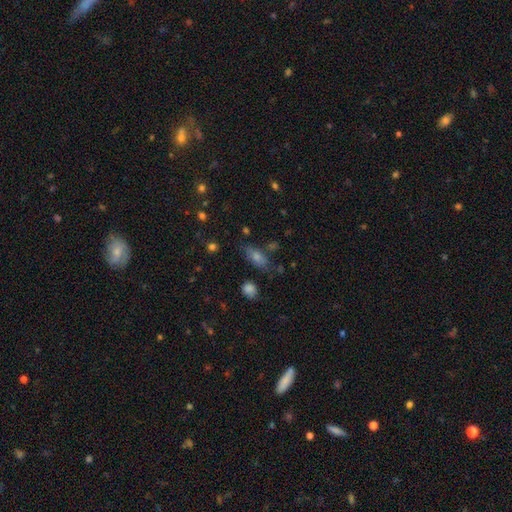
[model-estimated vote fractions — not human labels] This appears to be a smooth galaxy with no disk features (61%) that is in between round and cigar-shaped (70%). Merging: none (71%).